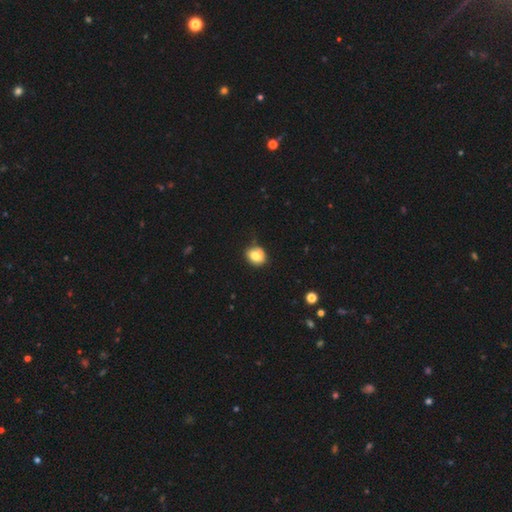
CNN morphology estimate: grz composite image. It shows a smooth galaxy with no disk features (78%) that is round (62%). Merging: none (70%).